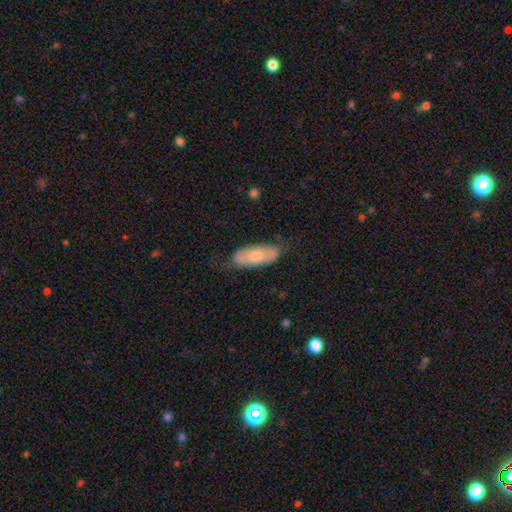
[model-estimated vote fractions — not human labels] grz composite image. It shows a smooth galaxy with no disk features (60%) that is in between round and cigar-shaped (79%). Merging: none (68%).